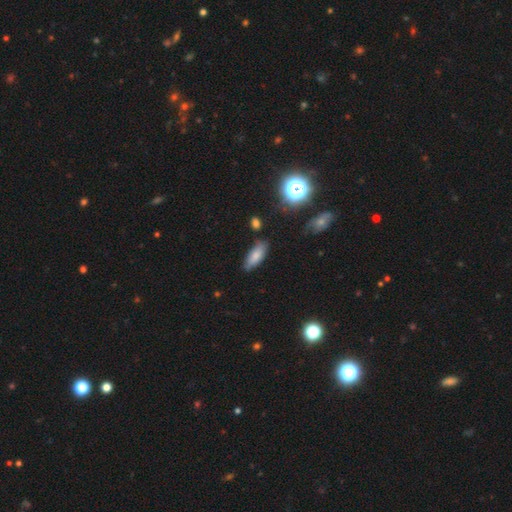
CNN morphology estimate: This is likely a smooth galaxy (79%). How rounded: likely in between (75%). Merging: likely none (76%).